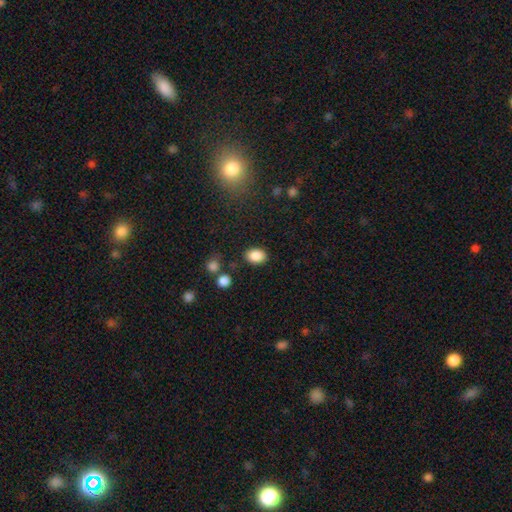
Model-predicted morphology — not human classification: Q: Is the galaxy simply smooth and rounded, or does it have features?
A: smooth — 87%.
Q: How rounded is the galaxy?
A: in between — 78%.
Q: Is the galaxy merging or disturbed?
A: none — 84%.